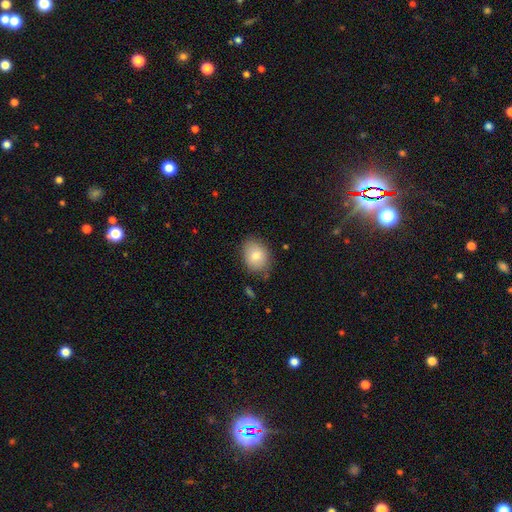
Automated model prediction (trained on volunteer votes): Smooth or featured? Predicted: smooth (p=0.81). How rounded? Predicted: in between (p=0.62). Merging? Predicted: none (p=0.77).